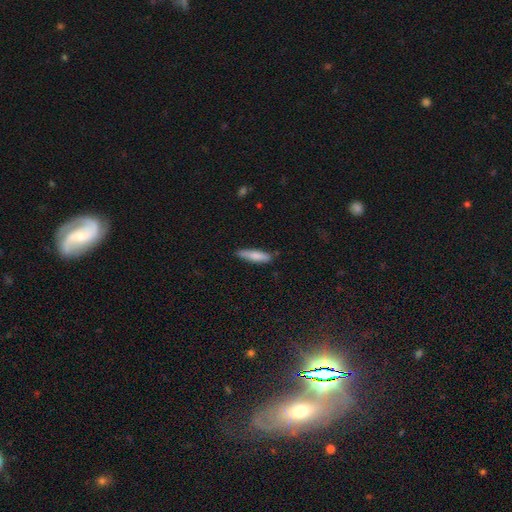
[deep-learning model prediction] Smooth or featured: smooth — 79% (featured or disk — 16%)
How rounded: cigar-shaped — 77% (in between — 21%)
Merging: none — 82% (minor disturbance — 14%)